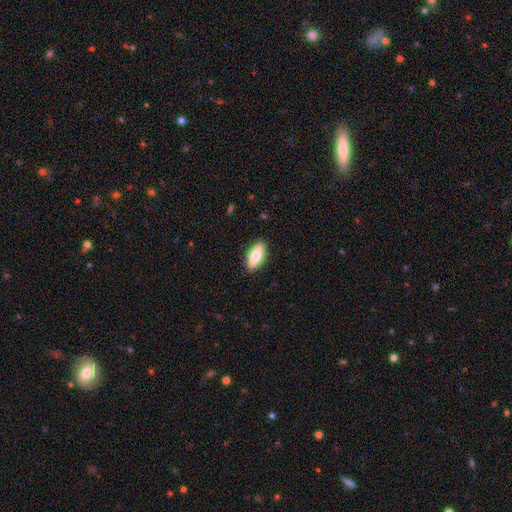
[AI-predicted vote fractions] Smooth or featured: smooth — 73% (featured or disk — 20%)
How rounded: in between — 83% (cigar-shaped — 14%)
Merging: none — 88% (minor disturbance — 9%)